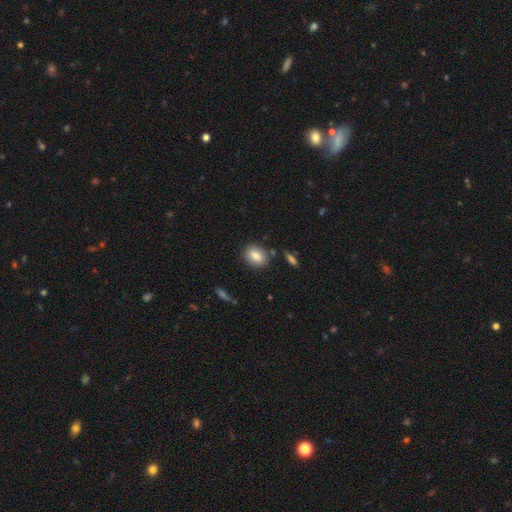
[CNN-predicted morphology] The model was most divided on "how rounded": in between: 70%, round: 27%, cigar-shaped: 2%. More confident: smooth or featured — smooth (83%); merging — none (82%).